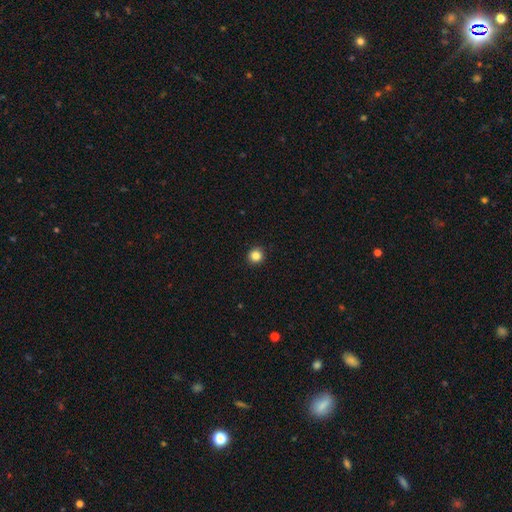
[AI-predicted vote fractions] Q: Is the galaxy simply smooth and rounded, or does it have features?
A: smooth — 84%.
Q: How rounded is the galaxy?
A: round — 94%.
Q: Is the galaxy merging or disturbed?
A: none — 93%.